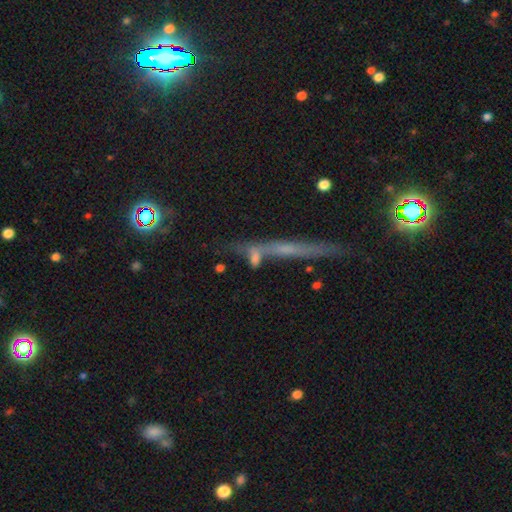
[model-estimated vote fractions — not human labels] Morphology: type=smooth (42%, tied with featured or disk); merging=none (47%).